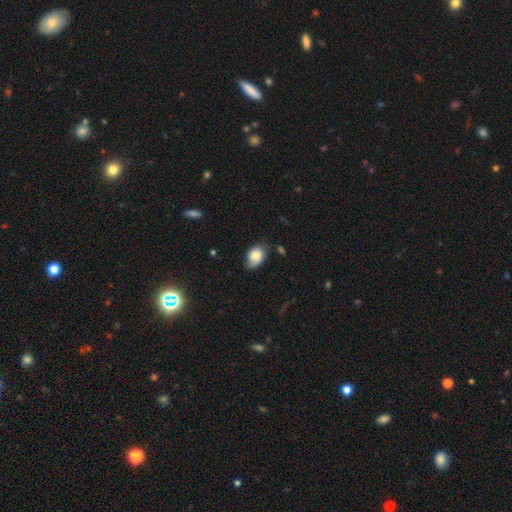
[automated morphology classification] Smooth or featured?
  - smooth: 67% *
  - featured or disk: 24%
  - star or artifact: 8%
How rounded?
  - in between: 76% *
  - round: 23%
  - cigar-shaped: 1%
Merging?
  - none: 49% *
  - minor disturbance: 37%
  - major disturbance: 12%
  - merger: 3%